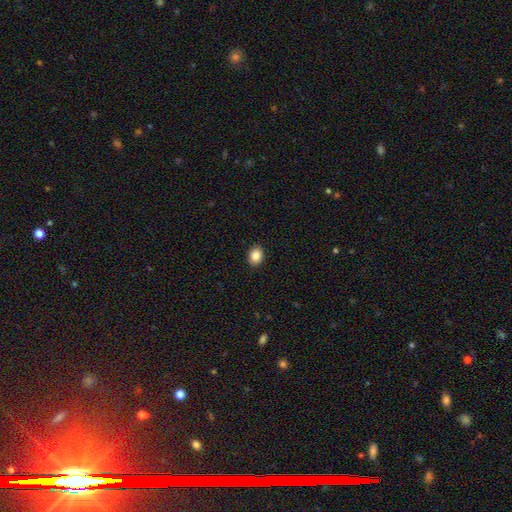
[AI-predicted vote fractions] The model was most divided on "how rounded": in between: 54%, round: 45%, cigar-shaped: 1%. More confident: merging — none (91%); smooth or featured — smooth (86%).